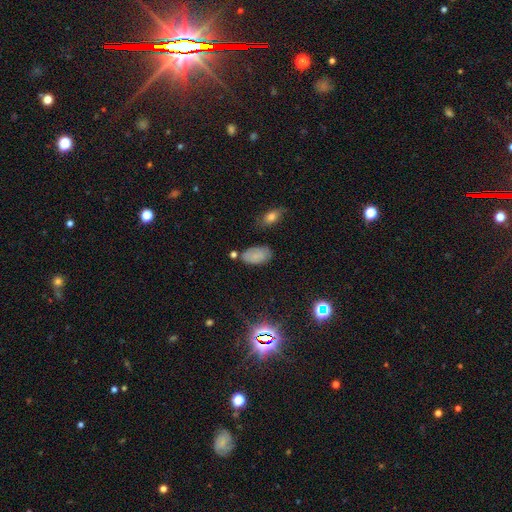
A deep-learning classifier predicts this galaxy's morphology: smooth-or-featured: smooth: 73% | star or artifact: 14% | featured or disk: 12%
  how-rounded: in between: 94% | round: 4% | cigar-shaped: 2%
  merging: none: 70% | minor disturbance: 19% | merger: 6% | major disturbance: 5%